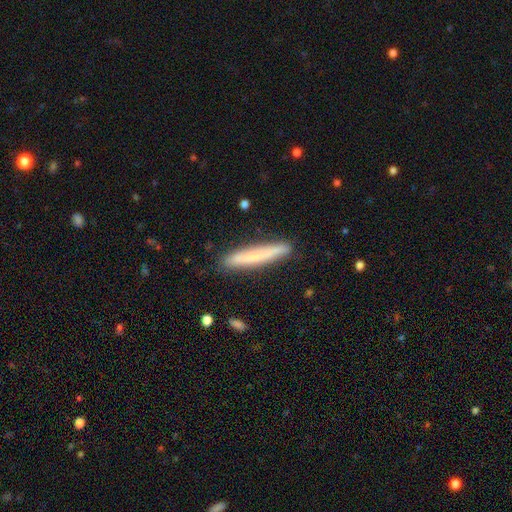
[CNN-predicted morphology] smooth 68%, featured or disk 26%, star or artifact 6%. Down the decision tree: how rounded — cigar-shaped (95%); merging — none (88%).